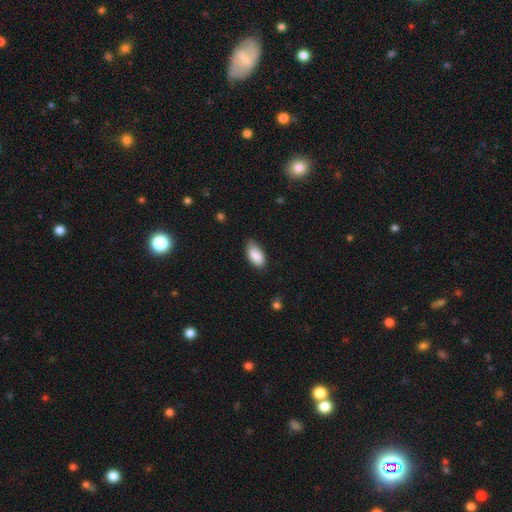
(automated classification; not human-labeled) Smooth or featured? Predicted: smooth (p=0.88). How rounded? Predicted: in between (p=0.92). Merging? Predicted: none (p=0.69).